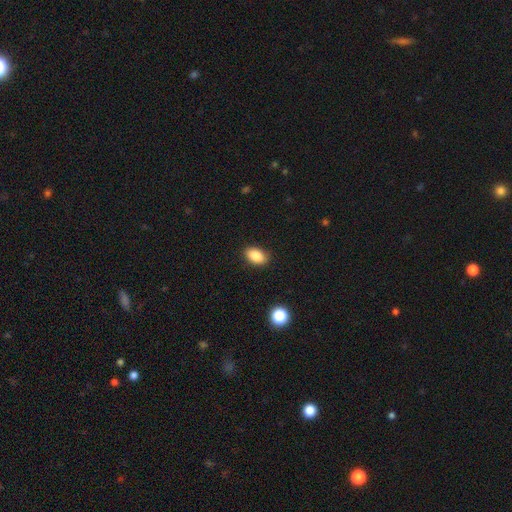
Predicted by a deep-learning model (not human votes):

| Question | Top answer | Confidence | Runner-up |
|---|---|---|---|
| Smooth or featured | smooth | 87% | star or artifact (8%) |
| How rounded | in between | 89% | round (9%) |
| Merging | none | 88% | minor disturbance (9%) |